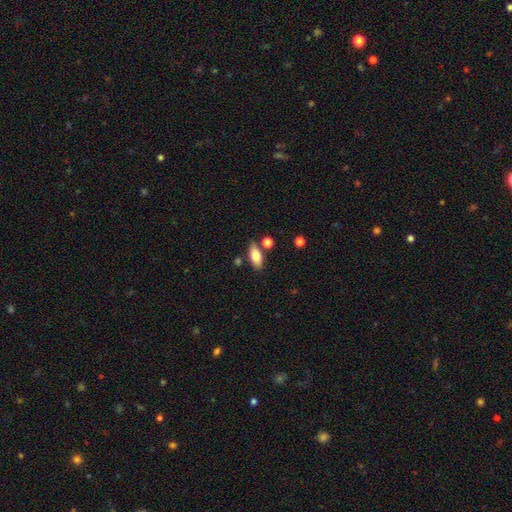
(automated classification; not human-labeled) A smooth galaxy with no disk features (75%) that is in between round and cigar-shaped (83%). Merging: none (76%).